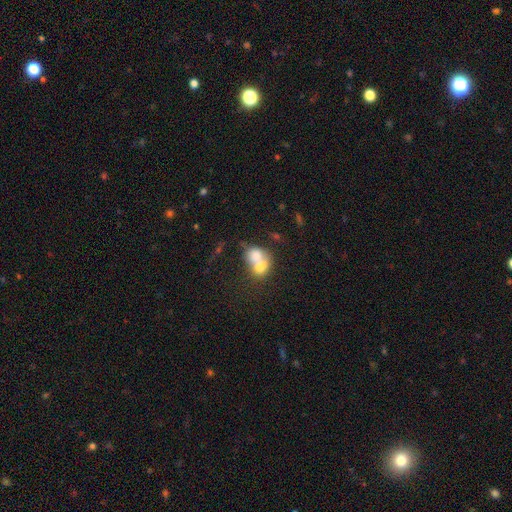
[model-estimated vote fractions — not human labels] This is likely a smooth galaxy (67%). How rounded: possibly round (51%). Merging: likely merger (73%).